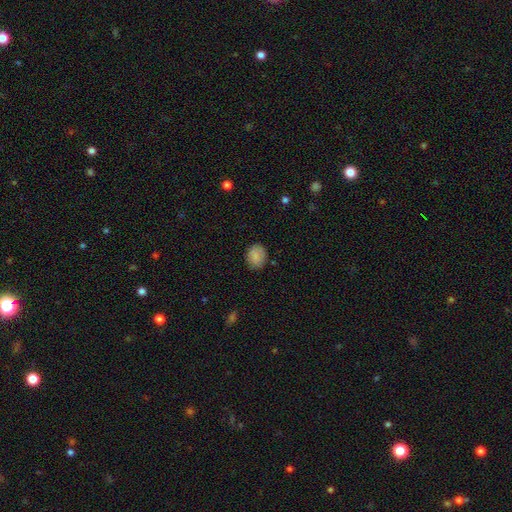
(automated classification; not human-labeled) smooth-or-featured: smooth: 84% | star or artifact: 8% | featured or disk: 8%
  how-rounded: round: 51% | in between: 48% | cigar-shaped: 1%
  merging: none: 83% | minor disturbance: 13% | major disturbance: 3% | merger: 1%